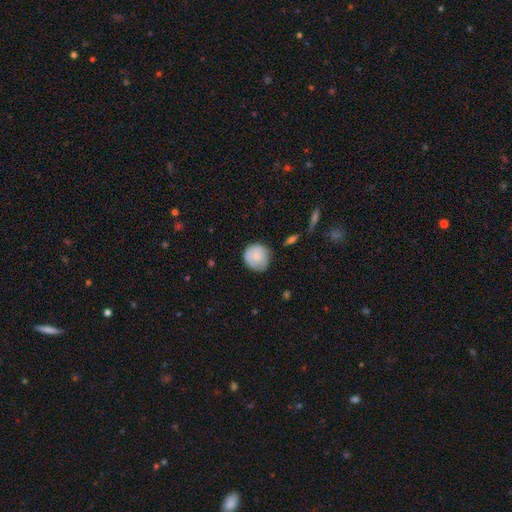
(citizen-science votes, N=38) A smooth galaxy with no disk features (74%) that is round (79%). Merging: none (60%).